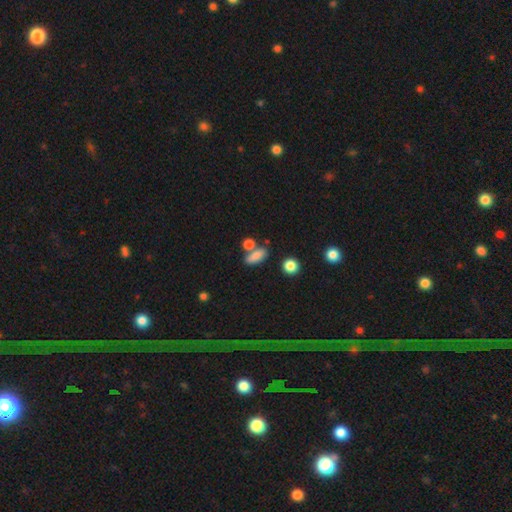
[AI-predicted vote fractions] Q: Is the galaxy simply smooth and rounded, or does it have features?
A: smooth — 80%.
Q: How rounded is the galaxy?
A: in between — 70%.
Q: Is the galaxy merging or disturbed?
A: none — 59%.